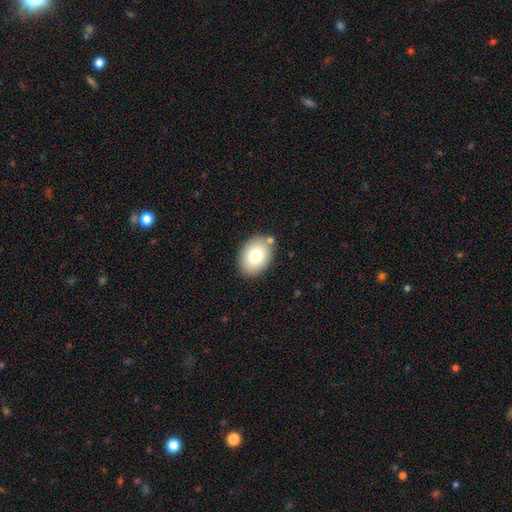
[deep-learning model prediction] Smooth or featured? Predicted: smooth (p=0.78). How rounded? Predicted: in between (p=0.77). Merging? Predicted: none (p=0.83).